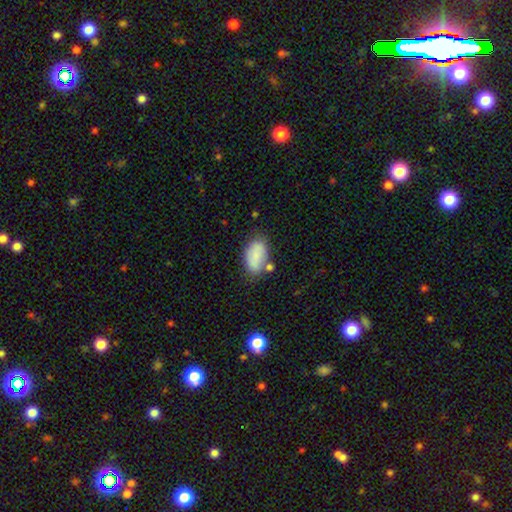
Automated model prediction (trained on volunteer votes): Morphology: type=smooth (81%); roundness=in between (93%); merging=none (63%).